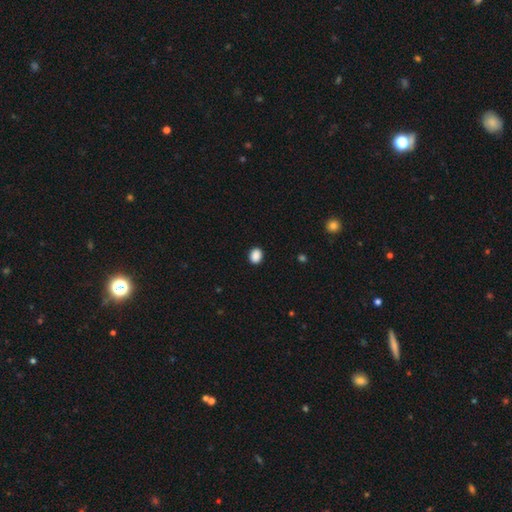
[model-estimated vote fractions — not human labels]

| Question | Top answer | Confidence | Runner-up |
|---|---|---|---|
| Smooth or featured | smooth | 89% | star or artifact (9%) |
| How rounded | round | 50% | in between (49%) |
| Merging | none | 90% | minor disturbance (7%) |